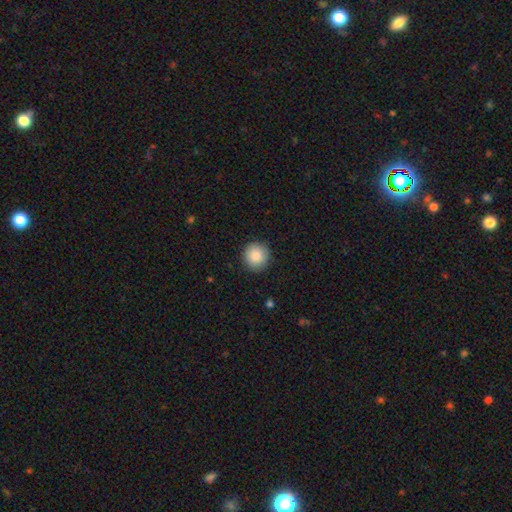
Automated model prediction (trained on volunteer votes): Overall: smooth (87%). How rounded: round (95%). Merging: none (91%).